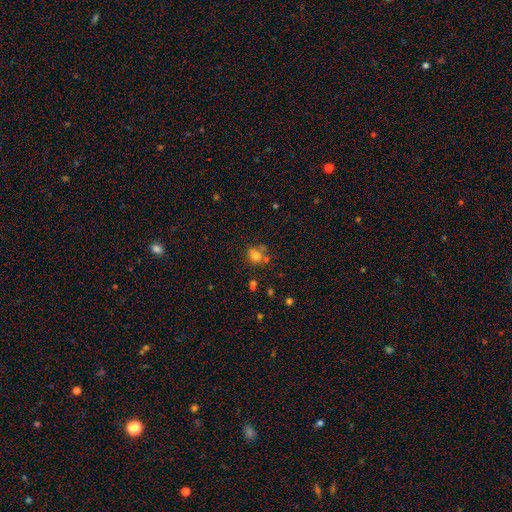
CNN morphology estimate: This is likely a smooth galaxy (71%). How rounded: likely round (77%). Merging: possibly none (52%).